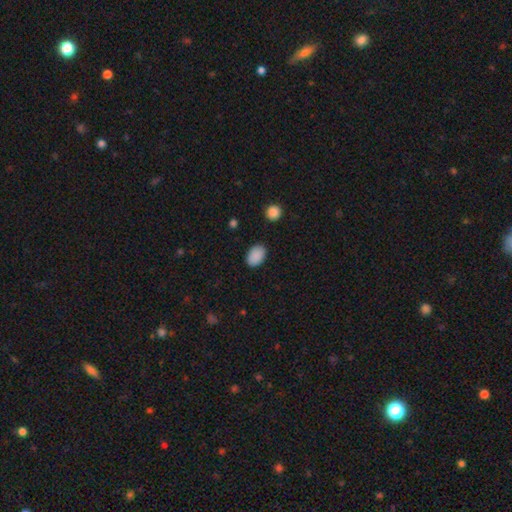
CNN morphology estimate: A smooth galaxy with no disk features (89%) that is in between round and cigar-shaped (84%). Merging: none (86%).